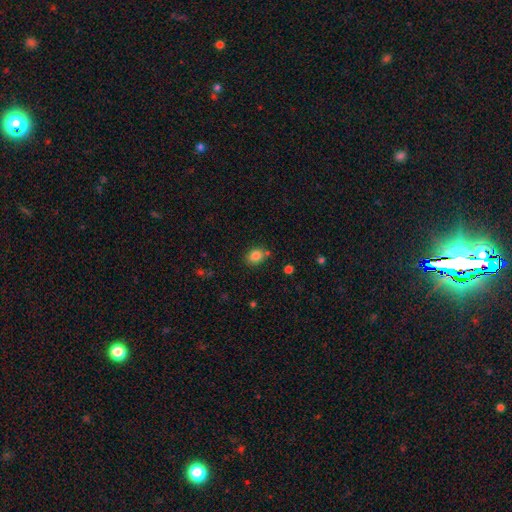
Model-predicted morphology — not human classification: type=smooth (84%); roundness=in between (53%); merging=none (76%).